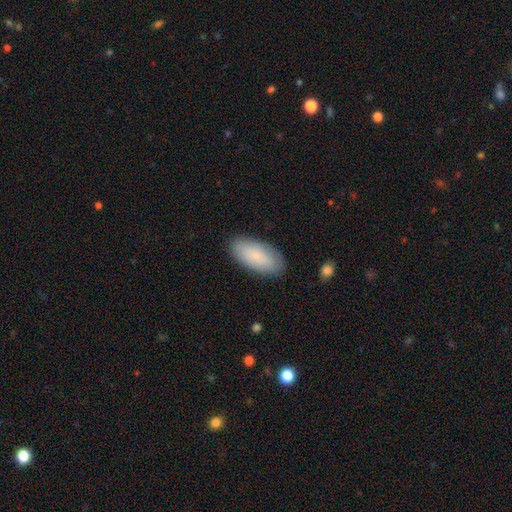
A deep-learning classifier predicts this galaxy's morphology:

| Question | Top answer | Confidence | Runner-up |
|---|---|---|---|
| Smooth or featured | smooth | 83% | featured or disk (11%) |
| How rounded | in between | 92% | cigar-shaped (6%) |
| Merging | none | 86% | minor disturbance (11%) |